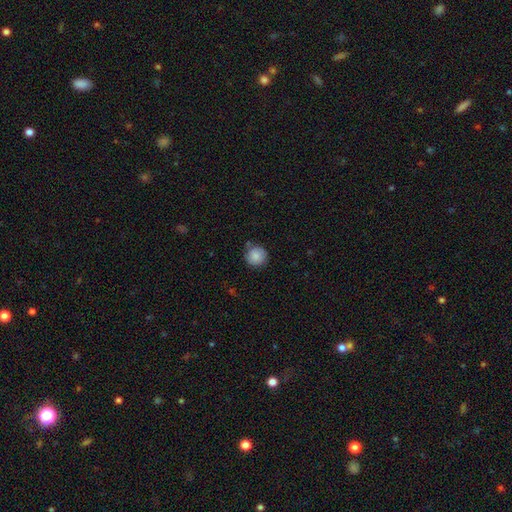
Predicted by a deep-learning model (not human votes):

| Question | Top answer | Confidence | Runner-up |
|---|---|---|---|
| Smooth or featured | smooth | 86% | star or artifact (8%) |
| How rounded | round | 93% | in between (6%) |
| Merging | none | 82% | minor disturbance (11%) |